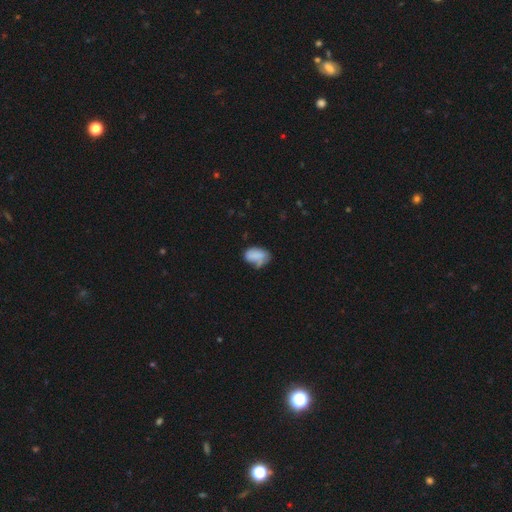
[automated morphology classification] This is likely a smooth galaxy (74%). How rounded: clearly in between (86%). Merging: marginally none (41%).